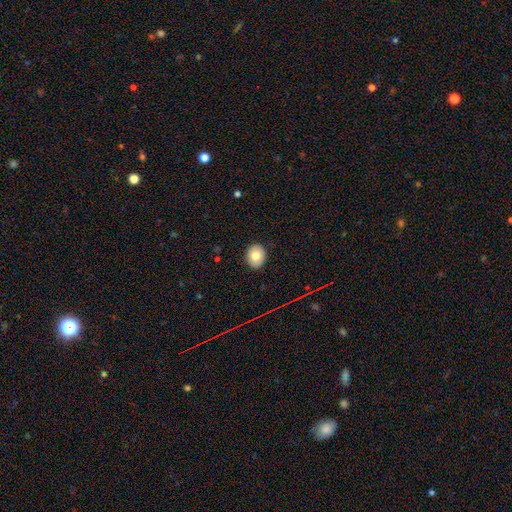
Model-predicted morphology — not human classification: smooth 79%, featured or disk 12%, star or artifact 9%. Down the decision tree: how rounded — round (55%); merging — none (90%).